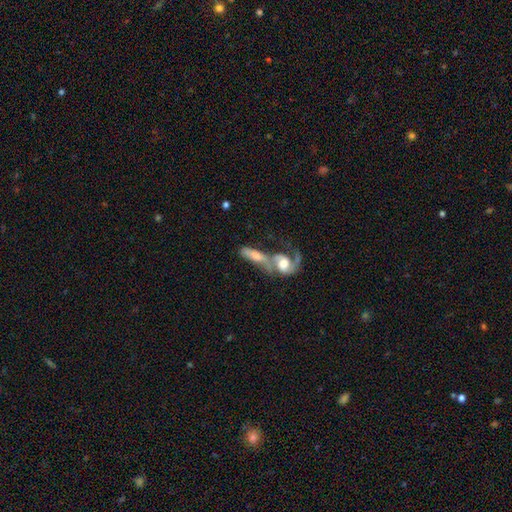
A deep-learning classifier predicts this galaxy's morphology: A featured or disk galaxy (53%). Merging: merger (69%).